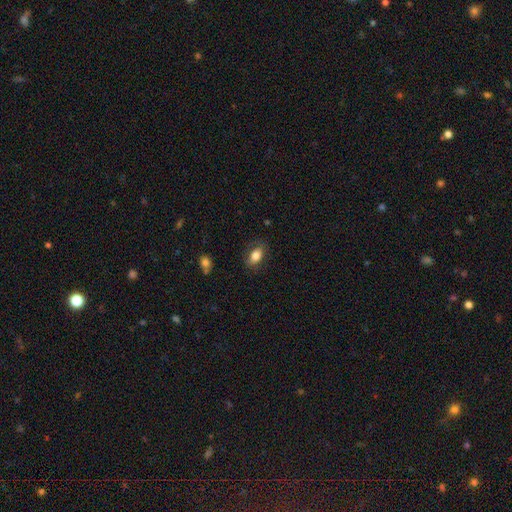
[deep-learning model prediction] Smooth or featured? Predicted: smooth (p=0.79). How rounded? Predicted: in between (p=0.89). Merging? Predicted: none (p=0.79).